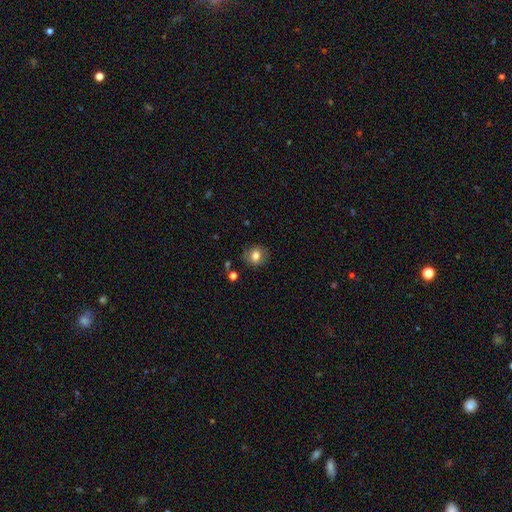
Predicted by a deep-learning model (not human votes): This appears to be a smooth galaxy with no disk features (77%) that is round (66%). Merging: none (81%).